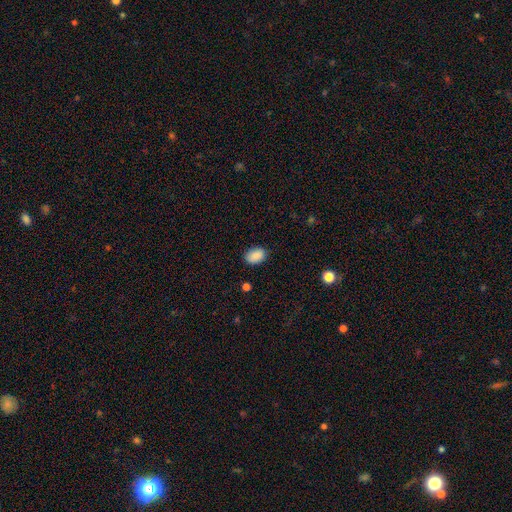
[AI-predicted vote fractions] Smooth or featured?
  - smooth: 89% *
  - star or artifact: 8%
  - featured or disk: 3%
How rounded?
  - in between: 85% *
  - round: 14%
  - cigar-shaped: 1%
Merging?
  - none: 85% *
  - minor disturbance: 12%
  - major disturbance: 3%
  - merger: 1%